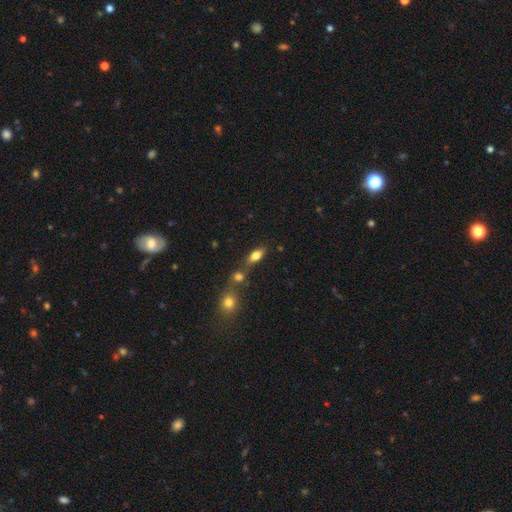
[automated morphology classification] A smooth galaxy with no disk features (75%) that is in between round and cigar-shaped (81%). Merging: none (53%).